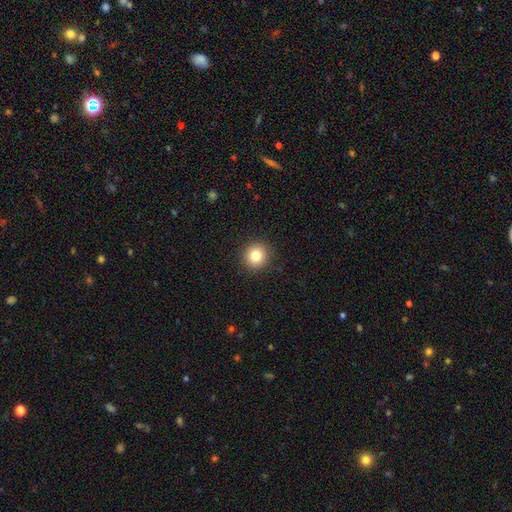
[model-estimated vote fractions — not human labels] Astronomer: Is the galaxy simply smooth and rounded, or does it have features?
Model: smooth — 82%.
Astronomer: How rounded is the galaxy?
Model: round — 92%.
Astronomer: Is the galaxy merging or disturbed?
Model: none — 92%.